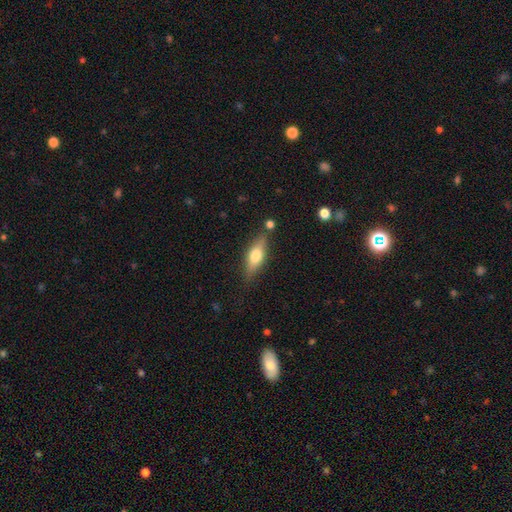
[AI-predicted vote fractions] Morphology: type=smooth (57%); roundness=in between (56%); merging=none (77%).